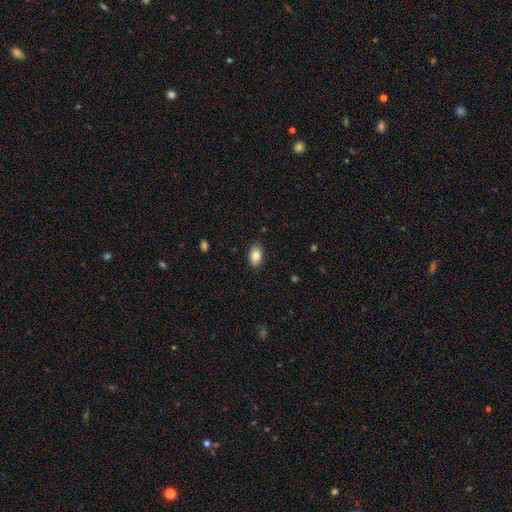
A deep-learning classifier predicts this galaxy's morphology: type=smooth (83%); roundness=in between (91%); merging=none (88%).